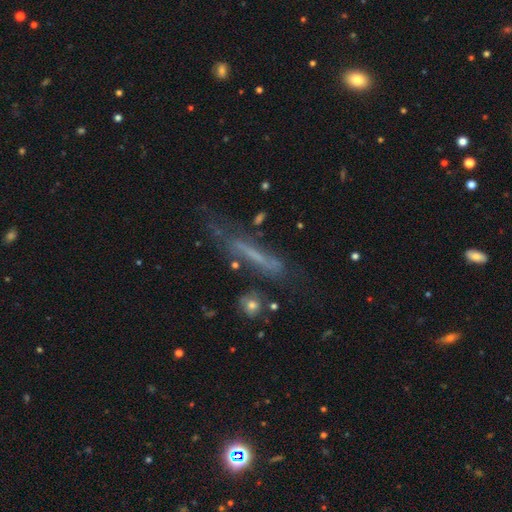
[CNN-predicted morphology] Smooth or featured? featured or disk (48%)
Merging? none (52%)